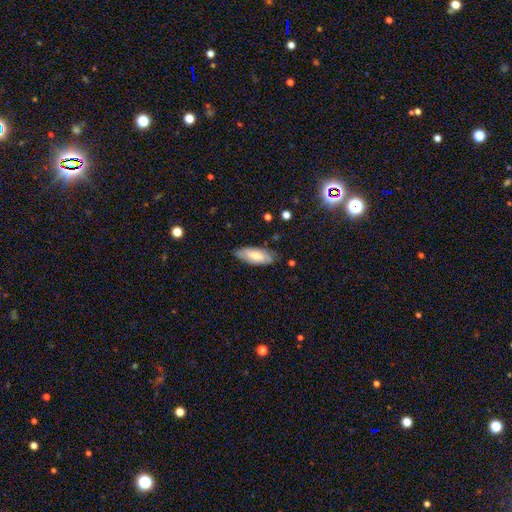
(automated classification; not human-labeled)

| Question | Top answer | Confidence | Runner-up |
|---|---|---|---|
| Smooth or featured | smooth | 66% | featured or disk (28%) |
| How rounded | in between | 77% | cigar-shaped (21%) |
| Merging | none | 78% | minor disturbance (17%) |